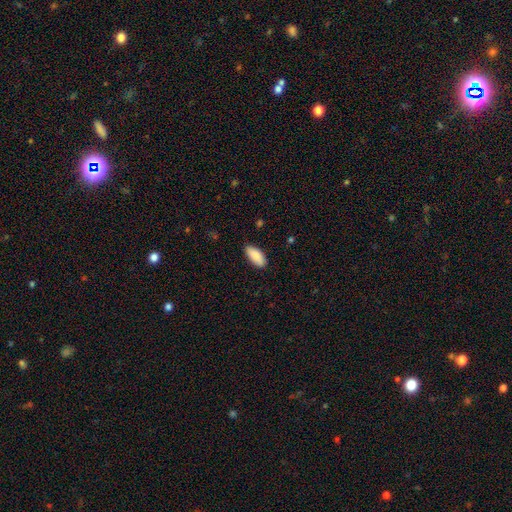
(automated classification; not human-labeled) A smooth galaxy with no disk features (89%) that is in between round and cigar-shaped (90%). Merging: none (87%).